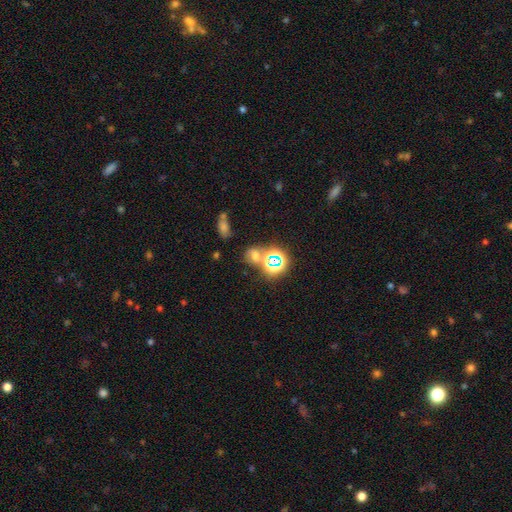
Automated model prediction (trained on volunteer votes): star or artifact 44% (tied), smooth 44% (tied), featured or disk 12%.